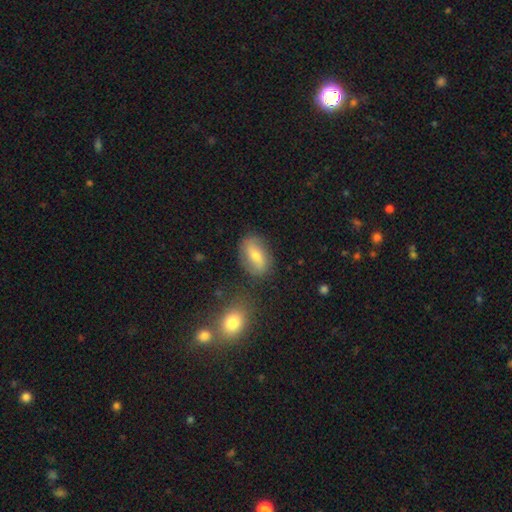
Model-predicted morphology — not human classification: A smooth galaxy with no disk features (47%). Merging: none (79%).